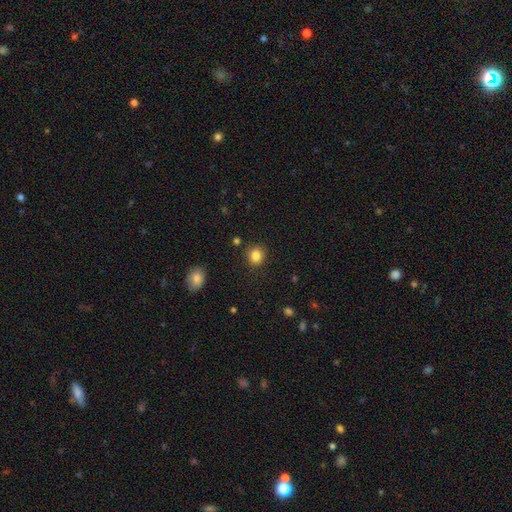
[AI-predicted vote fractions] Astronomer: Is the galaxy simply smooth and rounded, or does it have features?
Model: smooth — 85%.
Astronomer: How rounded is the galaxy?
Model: round — 80%.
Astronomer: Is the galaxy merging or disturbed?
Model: none — 87%.